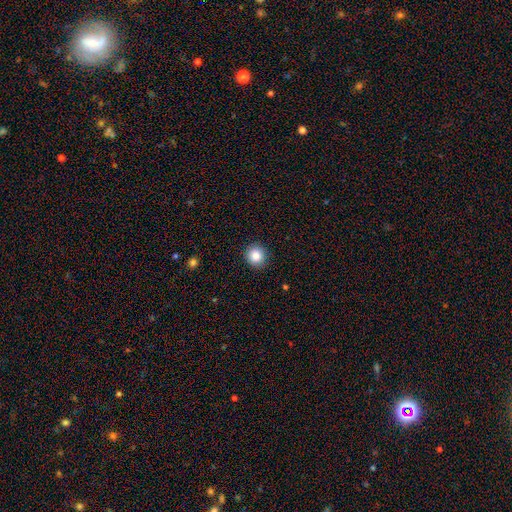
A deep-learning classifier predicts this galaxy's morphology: Overall: smooth (86%). How rounded: round (90%). Merging: none (91%).